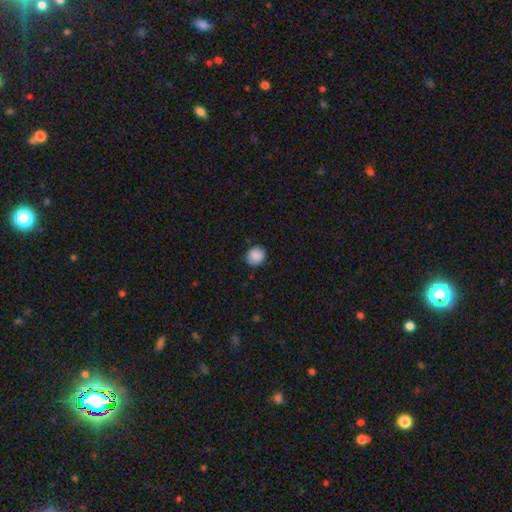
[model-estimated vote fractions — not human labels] Morphology: type=smooth (88%); roundness=round (85%); merging=none (86%).